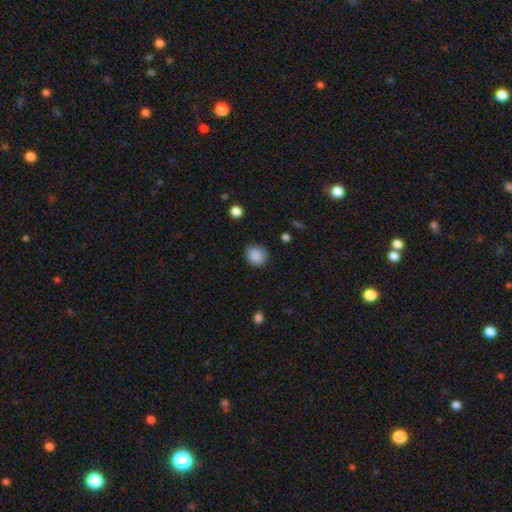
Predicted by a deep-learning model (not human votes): Smooth or featured: smooth — 87% (star or artifact — 9%)
How rounded: round — 77% (in between — 22%)
Merging: none — 78% (minor disturbance — 17%)